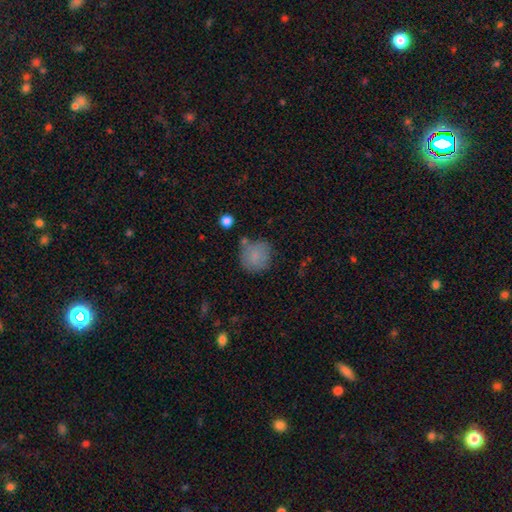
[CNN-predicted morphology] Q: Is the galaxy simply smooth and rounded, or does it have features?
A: smooth — 81%.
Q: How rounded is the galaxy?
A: round — 89%.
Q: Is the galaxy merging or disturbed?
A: none — 65%.